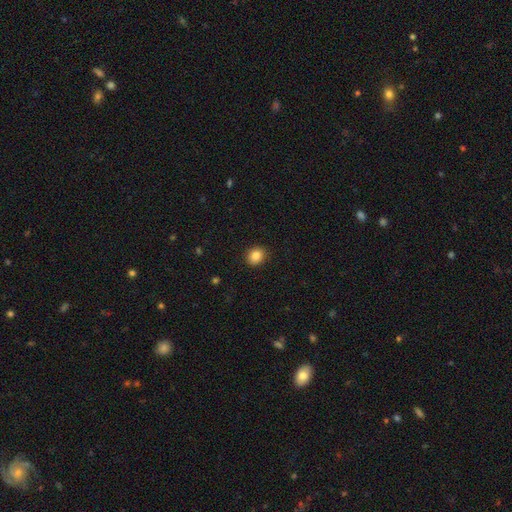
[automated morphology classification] Smooth or featured: smooth — 86% (star or artifact — 10%)
How rounded: round — 74% (in between — 25%)
Merging: none — 90% (minor disturbance — 7%)